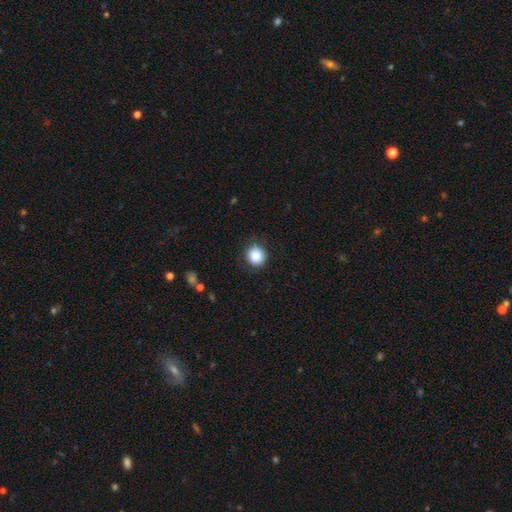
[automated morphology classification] The model was most divided on "merging": none: 87%, minor disturbance: 9%, major disturbance: 2%, merger: 1%. More confident: how rounded — round (91%); smooth or featured — smooth (87%).